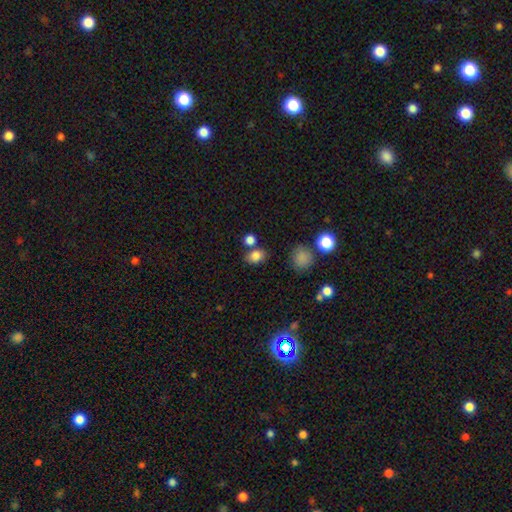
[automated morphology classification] Smooth or featured? Predicted: smooth (p=0.82). How rounded? Predicted: in between (p=0.59). Merging? Predicted: none (p=0.68).